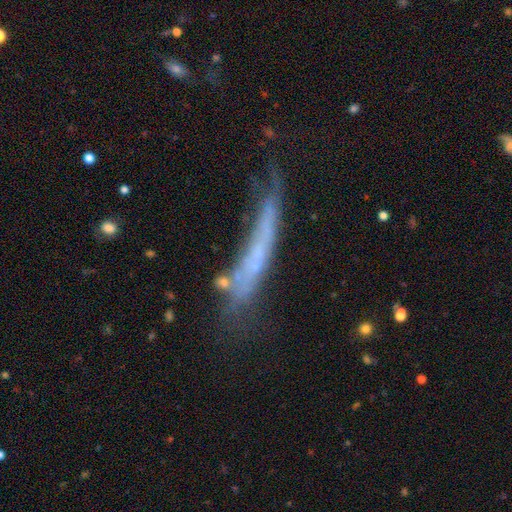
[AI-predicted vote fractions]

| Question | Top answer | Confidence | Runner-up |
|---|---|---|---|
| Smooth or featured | featured or disk | 45% | smooth (43%) |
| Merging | none | 46% | minor disturbance (27%) |